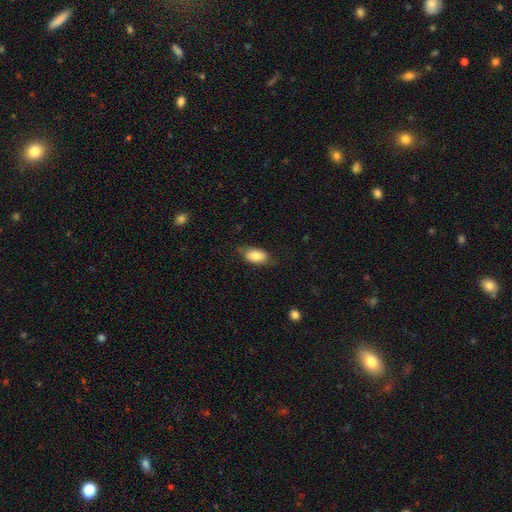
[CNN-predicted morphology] Q: Smooth or featured?
A: smooth (78%); runner-up: featured or disk (15%)
Q: How rounded?
A: in between (91%); runner-up: round (6%)
Q: Merging?
A: none (68%); runner-up: minor disturbance (24%)